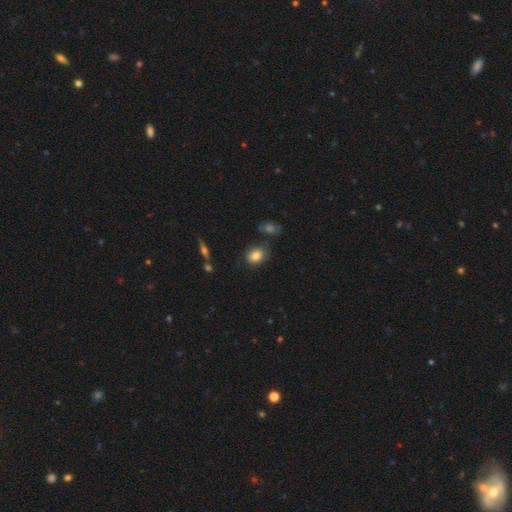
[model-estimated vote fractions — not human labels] The model was most divided on "how rounded": in between: 53%, round: 45%, cigar-shaped: 1%. More confident: smooth or featured — smooth (83%); merging — none (78%).